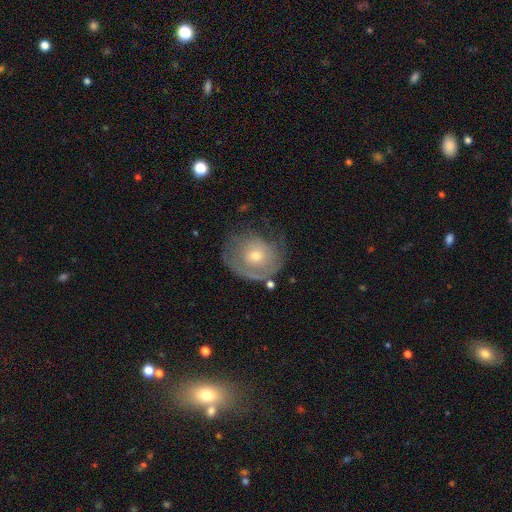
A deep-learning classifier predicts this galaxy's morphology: This is likely a featured or disk galaxy (65%). It is clearly not viewed edge-on (96%). Bar: likely no (78%). Spiral arm pattern: likely yes (73%). Central bulge: possibly moderate (51%). Merging: possibly none (55%).